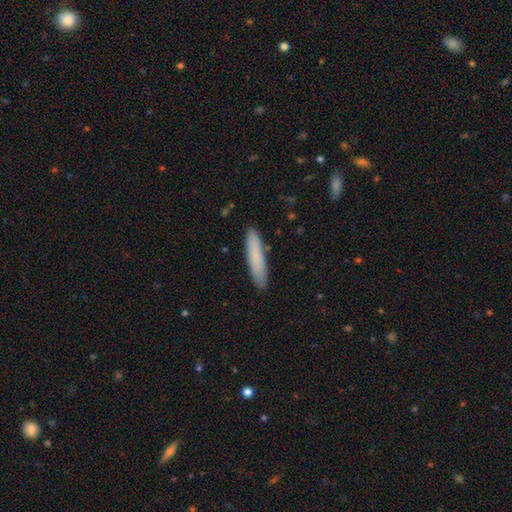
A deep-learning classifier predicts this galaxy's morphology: Smooth or featured? smooth (81%)
How rounded? cigar-shaped (88%)
Merging? none (89%)